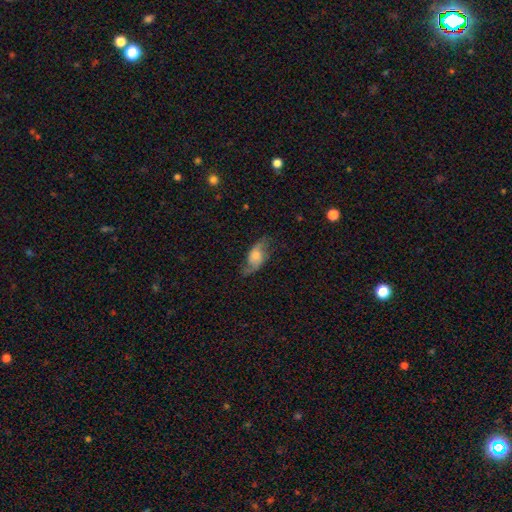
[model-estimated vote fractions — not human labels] Q: Smooth or featured?
A: featured or disk (54%); runner-up: smooth (39%)
Q: Edge-on disk?
A: no (89%); runner-up: yes (11%)
Q: Merging?
A: none (59%); runner-up: minor disturbance (25%)